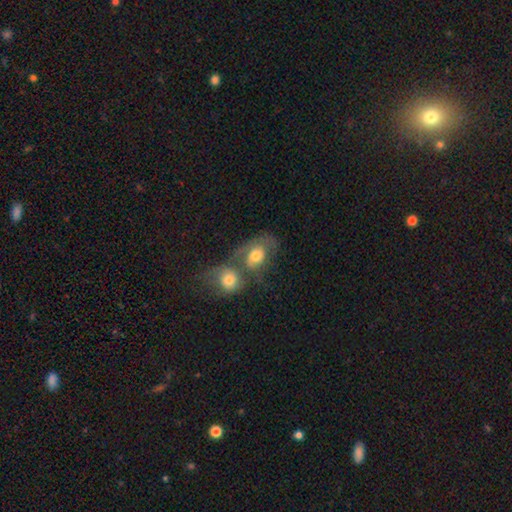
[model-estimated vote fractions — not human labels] This is possibly a smooth galaxy (59%). How rounded: likely in between (60%). Merging: likely merger (62%).